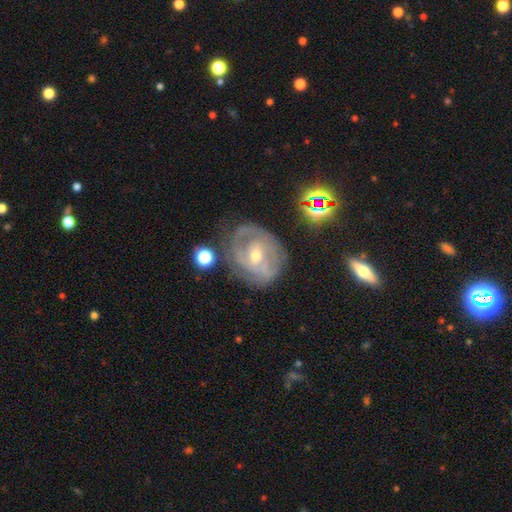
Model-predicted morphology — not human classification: smooth-or-featured: featured or disk: 79% | smooth: 13% | star or artifact: 8%
  disk-edge-on: no: 96% | yes: 4%
    bar: weak: 43% | no: 38% | strong: 19%
    has-spiral-arms: yes: 84% | no: 16%
      spiral-winding: tight: 57% | medium: 32% | loose: 11%
      spiral-arm-count: can't tell: 38% | 2: 36% | 3: 13% | 1: 7% | 4: 4% | more than 4: 3%
    bulge-size: small: 49% | moderate: 48% | large: 2% | none: 1% | dominant: 1%
  merging: none: 63% | minor disturbance: 22% | major disturbance: 12% | merger: 3%